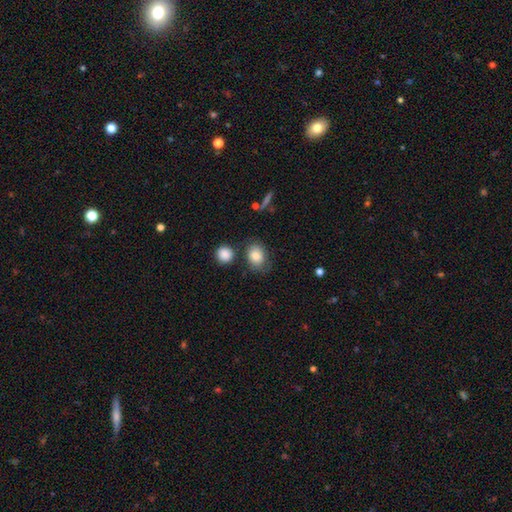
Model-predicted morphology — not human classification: smooth_or_featured: smooth (p=0.81) [alt: featured or disk p=0.11]
how_rounded: in between (p=0.64) [alt: round p=0.35]
merging: none (p=0.66) [alt: minor disturbance p=0.19]